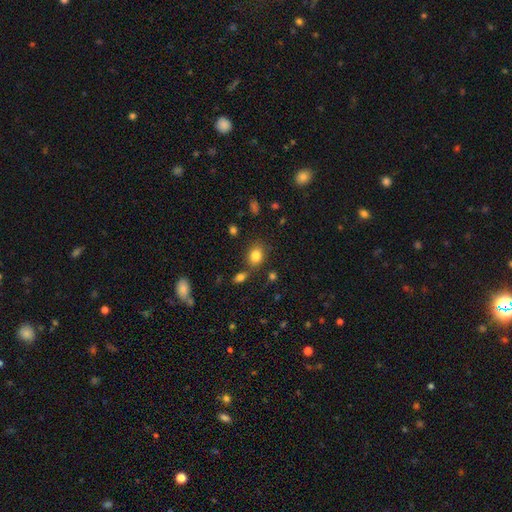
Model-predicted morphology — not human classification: This appears to be a smooth galaxy with no disk features (83%) that is in between round and cigar-shaped (53%). Merging: none (75%).